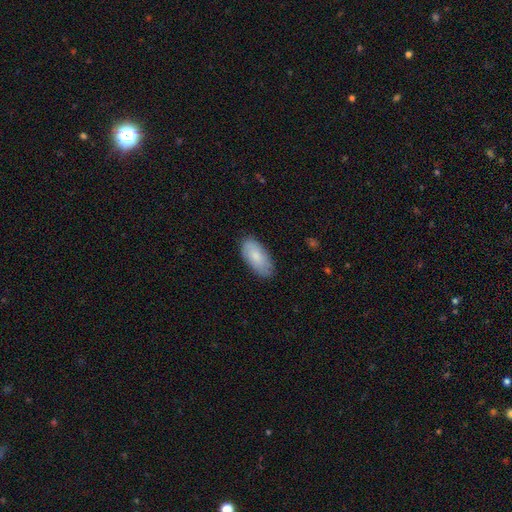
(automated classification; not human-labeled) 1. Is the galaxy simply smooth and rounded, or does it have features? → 79% smooth, 15% featured or disk, 6% star or artifact.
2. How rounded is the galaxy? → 92% in between, 6% cigar-shaped, 2% round.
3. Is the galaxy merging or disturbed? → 83% none, 14% minor disturbance, 2% major disturbance, 1% merger.